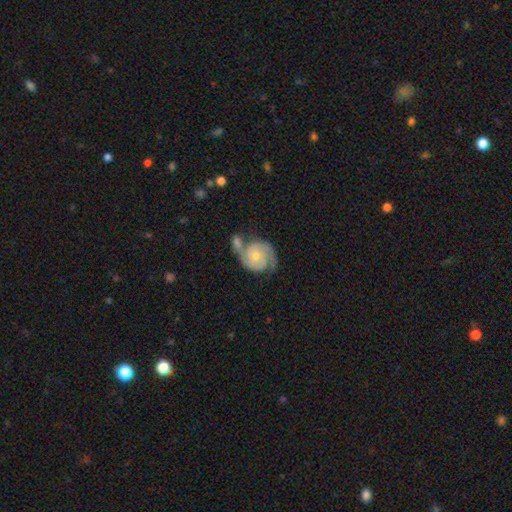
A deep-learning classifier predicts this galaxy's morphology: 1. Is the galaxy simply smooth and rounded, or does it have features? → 83% featured or disk, 12% smooth, 5% star or artifact.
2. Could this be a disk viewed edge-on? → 98% no, 2% yes.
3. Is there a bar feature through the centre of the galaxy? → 74% no, 22% weak, 4% strong.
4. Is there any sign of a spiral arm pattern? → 97% yes, 3% no.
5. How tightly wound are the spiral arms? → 50% tight, 39% medium, 12% loose.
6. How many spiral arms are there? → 86% 2, 5% can't tell, 4% 3, 2% 1, 1% 4, 1% more than 4.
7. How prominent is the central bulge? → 58% small, 33% moderate, 5% none, 3% large, 1% dominant.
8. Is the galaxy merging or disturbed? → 45% none, 28% merger, 17% minor disturbance, 9% major disturbance.